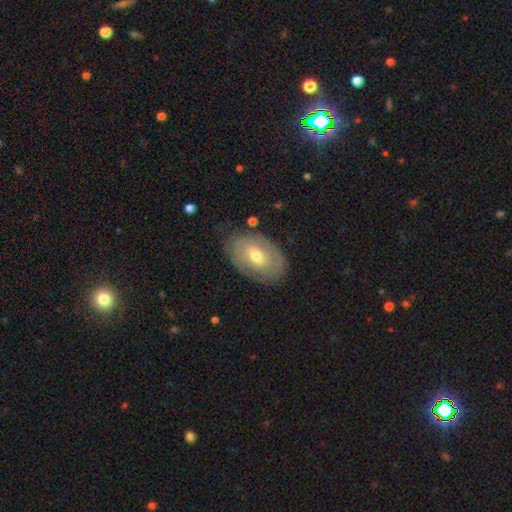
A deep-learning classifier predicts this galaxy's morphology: Overall: featured or disk (56%; smooth 37%). Edge-on disk: no (92%). Bar: no (53%; weak 37%). Spiral arms: yes (50%, tied with no). Bulge size: moderate (60%; small 36%). Merging: none (76%).